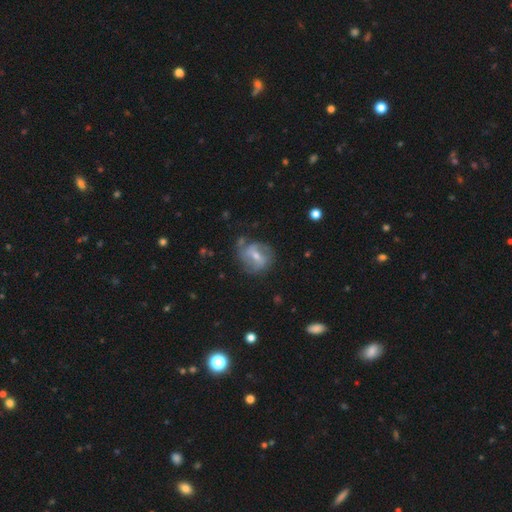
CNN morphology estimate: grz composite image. It shows a featured or disk galaxy (70%) with a weak bar (49%), 2 (50%) medium (43%) spiral arms (80%) and a moderate central bulge (50%). Merging: none (59%).